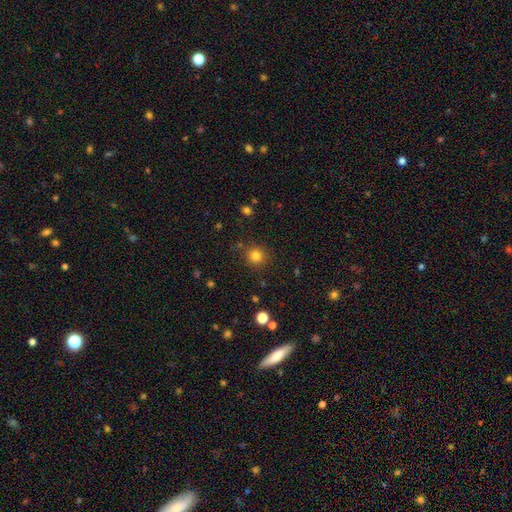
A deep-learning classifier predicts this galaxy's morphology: Q: Smooth or featured?
A: smooth (81%); runner-up: star or artifact (13%)
Q: How rounded?
A: round (92%); runner-up: in between (7%)
Q: Merging?
A: none (85%); runner-up: minor disturbance (9%)